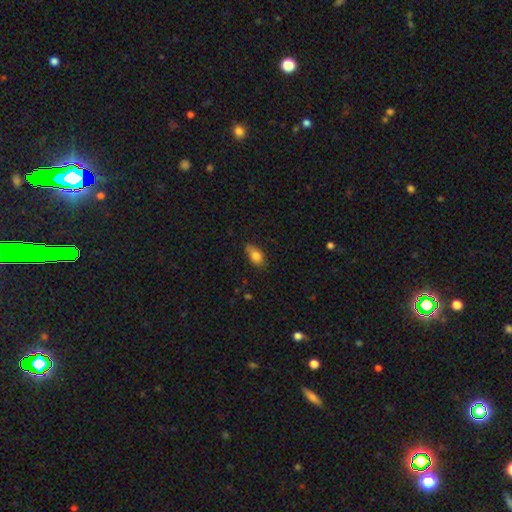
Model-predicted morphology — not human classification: A smooth galaxy with no disk features (81%) that is in between round and cigar-shaped (86%). Merging: none (65%).